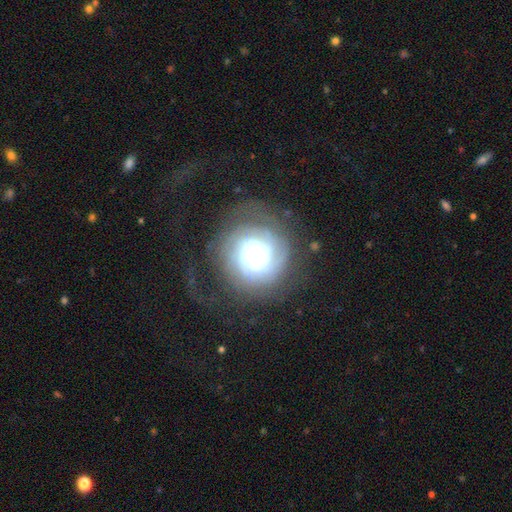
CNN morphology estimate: type=featured or disk (73%); edge-on=no (98%); bar=no (76%); spiral arms=yes (91%); winding=tight (68%); arm count=can't tell (38%); bulge=large (38%); merging=none (66%).